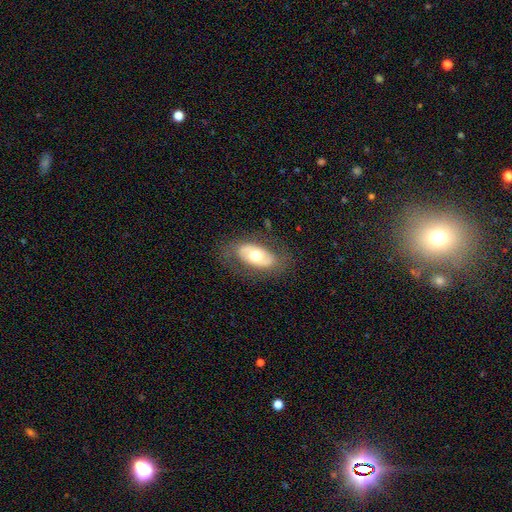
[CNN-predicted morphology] The model was most divided on "smooth or featured": smooth: 48%, featured or disk: 45%, star or artifact: 6%. More confident: merging — none (76%).